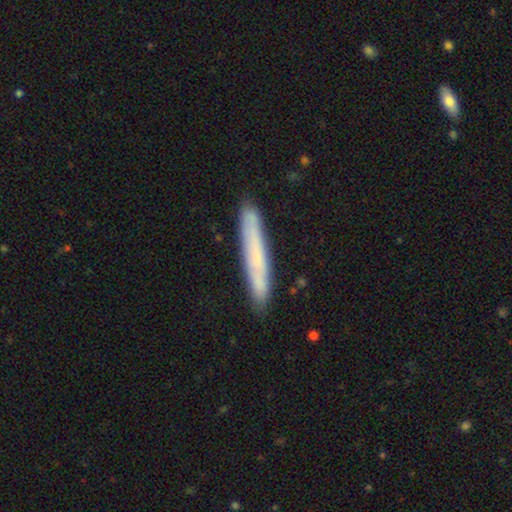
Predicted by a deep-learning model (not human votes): A smooth galaxy with no disk features (59%) that is cigar-shaped (95%). Merging: none (87%).